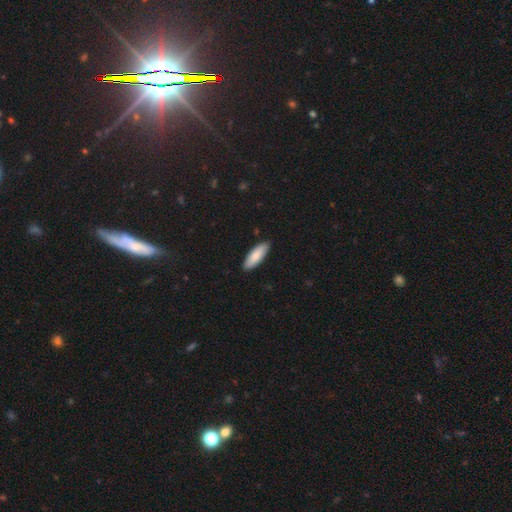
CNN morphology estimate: This appears to be a smooth galaxy with no disk features (85%) that is in between round and cigar-shaped (61%). Merging: none (89%).